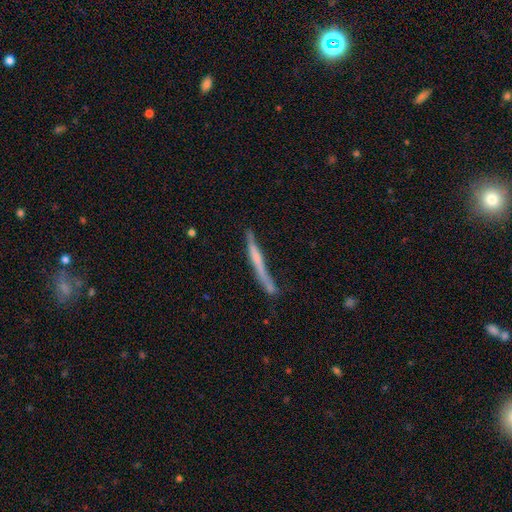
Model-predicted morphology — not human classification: Q: Smooth or featured?
A: featured or disk (52%); runner-up: smooth (41%)
Q: Edge-on disk?
A: yes (92%); runner-up: no (8%)
Q: Merging?
A: none (58%); runner-up: minor disturbance (23%)